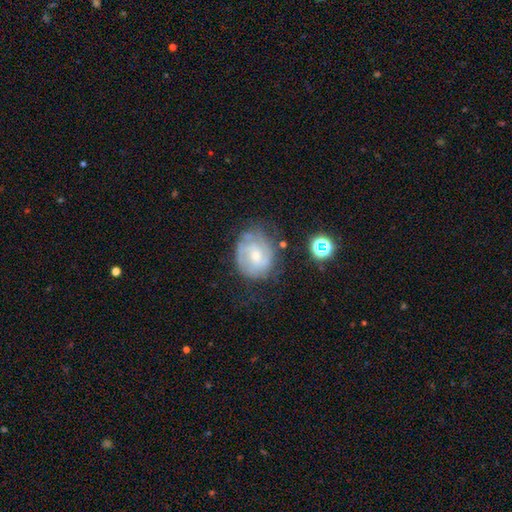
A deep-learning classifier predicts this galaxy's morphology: type=featured or disk (69%); edge-on=no (97%); bar=no (55%); spiral arms=yes (84%); winding=tight (51%); arm count=2 (41%); bulge=small (50%); merging=none (57%).